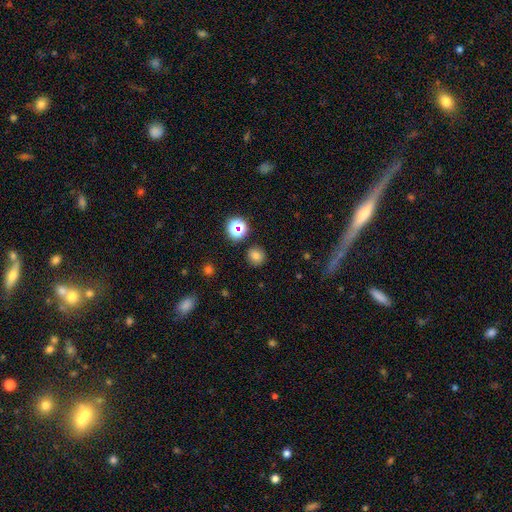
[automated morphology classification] This is likely a smooth galaxy (75%). How rounded: clearly round (91%). Merging: clearly none (88%).